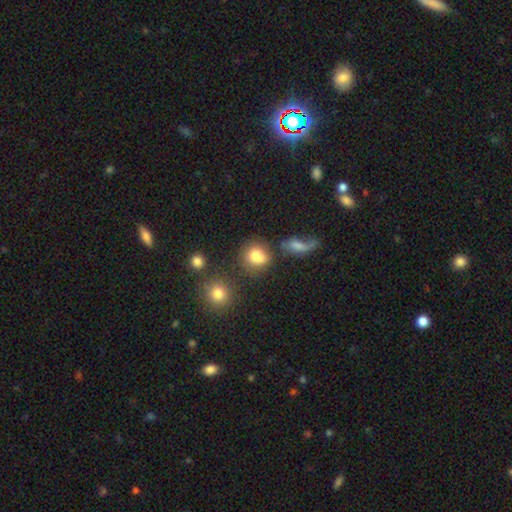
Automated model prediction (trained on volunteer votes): Smooth or featured: smooth — 78% (star or artifact — 11%)
How rounded: round — 69% (in between — 29%)
Merging: none — 55% (merger — 20%)